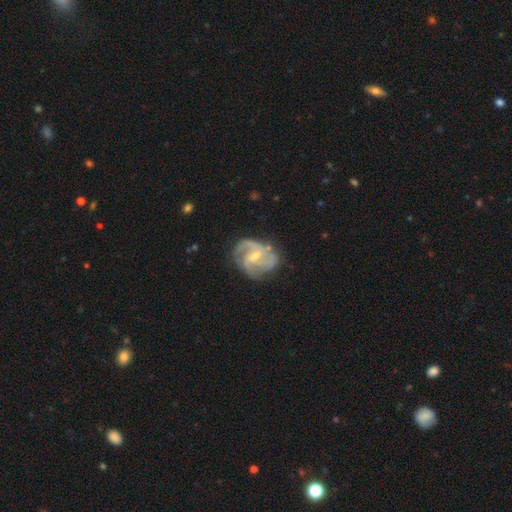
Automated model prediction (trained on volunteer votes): A featured or disk galaxy (87%) with a weak bar (53%), 3 (39%) medium (52%) spiral arms (96%) and a small central bulge (62%).

Vote fractions:
- Smooth or featured? featured or disk: 87% / smooth: 8% / star or artifact: 5%
- Edge-on disk? no: 98% / yes: 2%
- Bar? weak: 53% / no: 33% / strong: 14%
- Spiral arms? yes: 96% / no: 4%
- Spiral winding? medium: 52% / tight: 31% / loose: 18%
- Spiral arm count? 3: 39% / 2: 33% / can't tell: 14% / 4: 7% / 1: 5% / more than 4: 4%
- Bulge size? small: 62% / moderate: 33% / none: 3% / large: 1% / dominant: 1%
- Merging? none: 63% / minor disturbance: 22% / major disturbance: 12% / merger: 2%